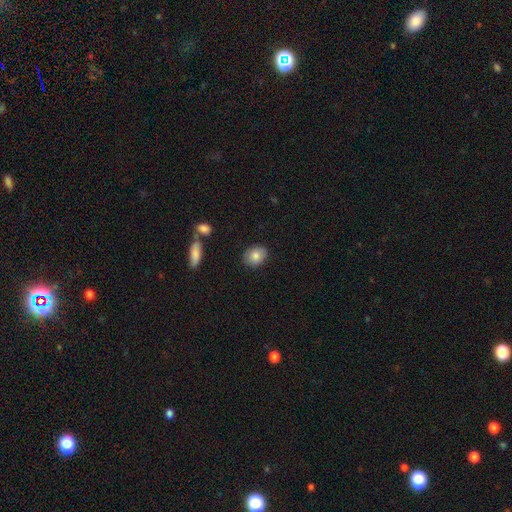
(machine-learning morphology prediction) A smooth galaxy with no disk features (83%) that is in between round and cigar-shaped (57%).

Vote fractions:
- Smooth or featured? smooth: 83% / featured or disk: 10% / star or artifact: 8%
- How rounded? in between: 57% / round: 42% / cigar-shaped: 1%
- Merging? none: 86% / minor disturbance: 10% / major disturbance: 2% / merger: 2%